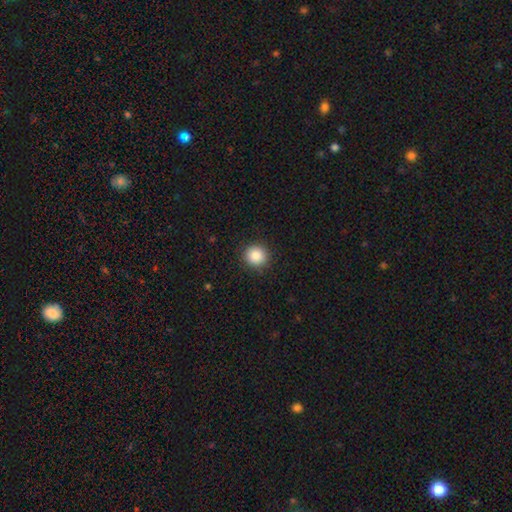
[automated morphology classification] type=smooth (88%); roundness=round (92%); merging=none (91%).